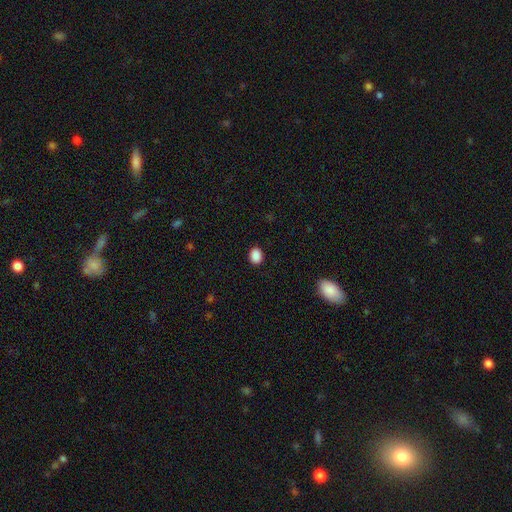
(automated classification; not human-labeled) Smooth or featured? Predicted: smooth (p=0.88). How rounded? Predicted: in between (p=0.52). Merging? Predicted: none (p=0.89).